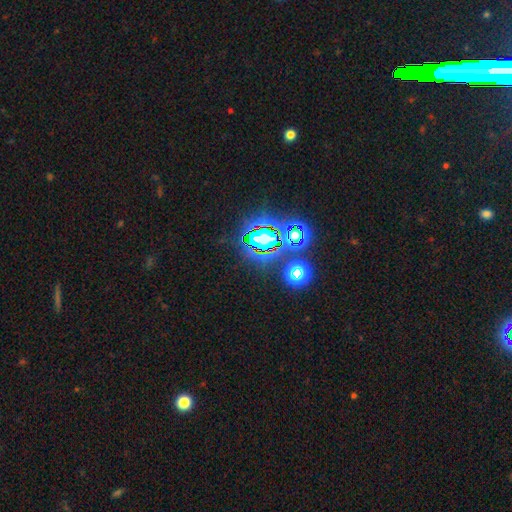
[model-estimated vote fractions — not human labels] The model was most divided on "smooth or featured": star or artifact: 80%, smooth: 13%, featured or disk: 7%.